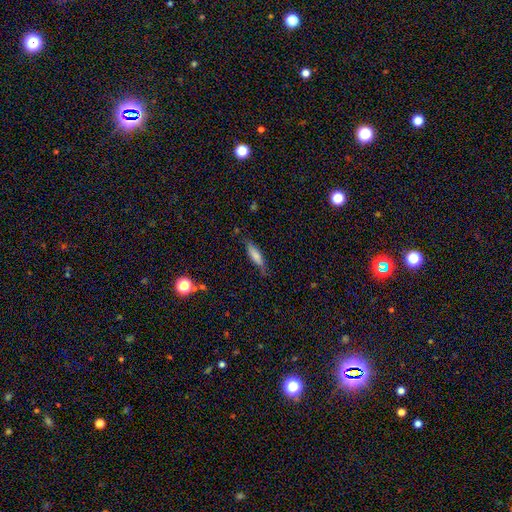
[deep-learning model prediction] Smooth or featured: smooth — 74% (featured or disk — 19%)
How rounded: cigar-shaped — 66% (in between — 32%)
Merging: none — 73% (minor disturbance — 20%)